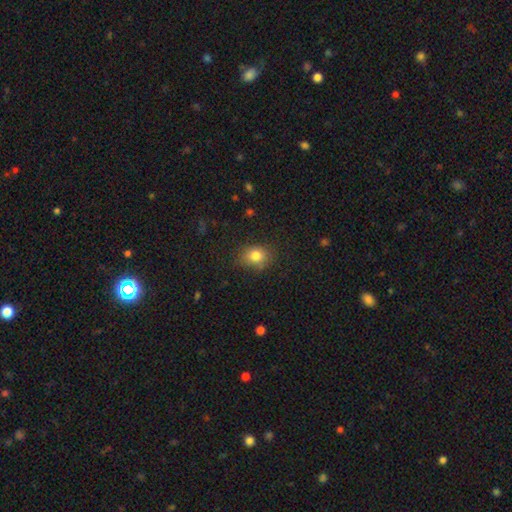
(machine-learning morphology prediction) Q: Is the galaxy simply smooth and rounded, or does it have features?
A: smooth — 81%.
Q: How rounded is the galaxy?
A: round — 53%.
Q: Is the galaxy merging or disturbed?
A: none — 77%.